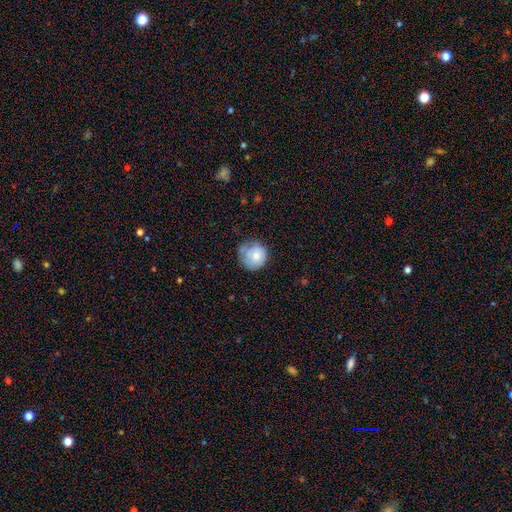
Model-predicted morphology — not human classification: Smooth or featured?
  - smooth: 70% *
  - featured or disk: 22%
  - star or artifact: 8%
How rounded?
  - round: 89% *
  - in between: 10%
  - cigar-shaped: 1%
Merging?
  - none: 56% *
  - minor disturbance: 31%
  - major disturbance: 10%
  - merger: 3%